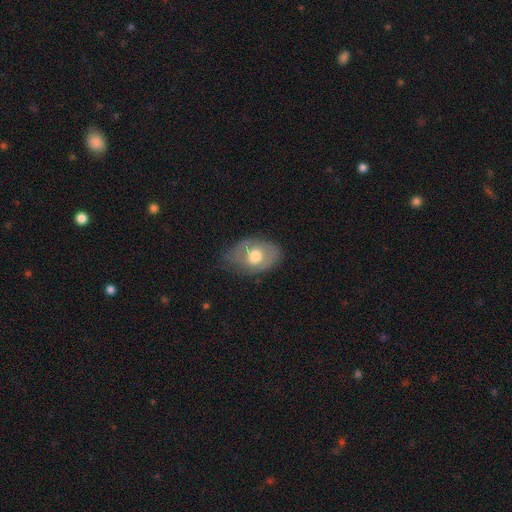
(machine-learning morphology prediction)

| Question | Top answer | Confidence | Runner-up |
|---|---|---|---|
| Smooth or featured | smooth | 52% | featured or disk (42%) |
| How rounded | in between | 77% | round (22%) |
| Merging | none | 51% | minor disturbance (33%) |